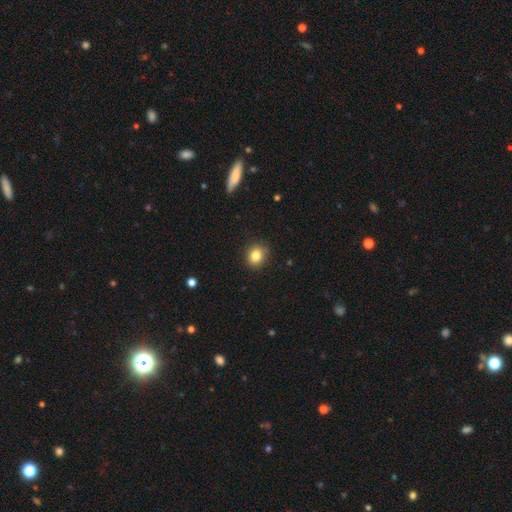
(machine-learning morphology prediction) A smooth galaxy with no disk features (84%) that is round (67%). Merging: none (86%).